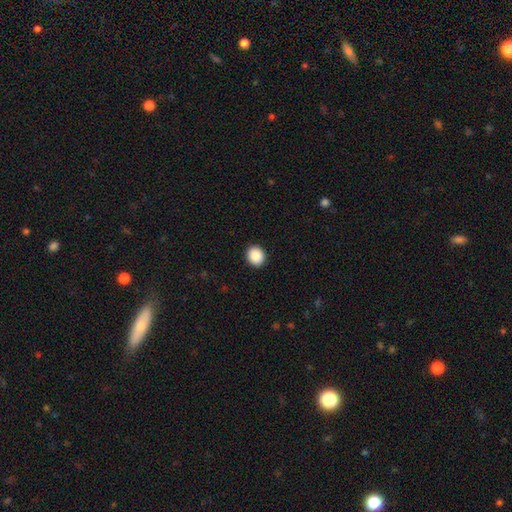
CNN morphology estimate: smooth_or_featured: smooth (p=0.89) [alt: star or artifact p=0.08]
how_rounded: round (p=0.77) [alt: in between p=0.22]
merging: none (p=0.92) [alt: minor disturbance p=0.05]